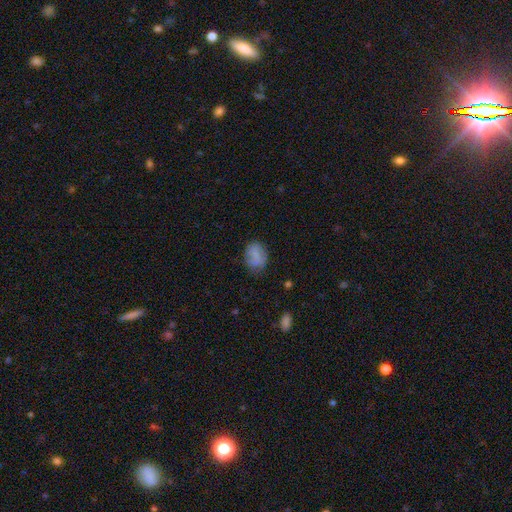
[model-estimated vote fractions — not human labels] Q: Smooth or featured?
A: smooth (75%); runner-up: featured or disk (16%)
Q: How rounded?
A: in between (64%); runner-up: round (35%)
Q: Merging?
A: none (67%); runner-up: minor disturbance (23%)